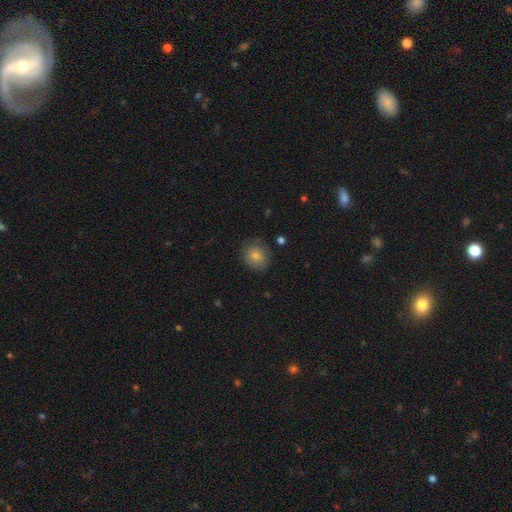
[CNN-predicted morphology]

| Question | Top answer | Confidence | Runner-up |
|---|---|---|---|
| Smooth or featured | smooth | 80% | featured or disk (11%) |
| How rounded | round | 71% | in between (28%) |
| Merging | none | 80% | minor disturbance (15%) |